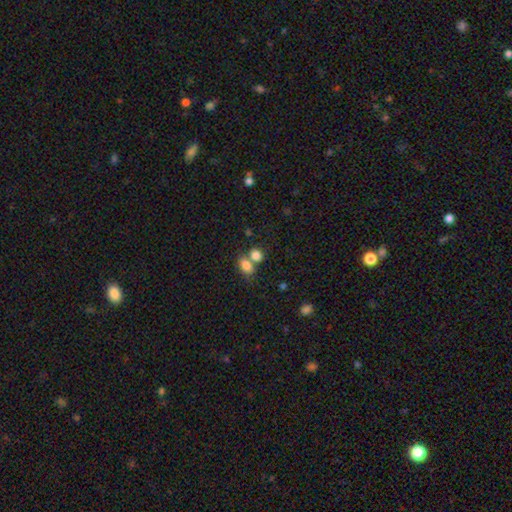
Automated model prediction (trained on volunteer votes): A smooth galaxy with no disk features (81%) that is in between round and cigar-shaped (63%).

Vote fractions:
- Smooth or featured? smooth: 81% / star or artifact: 11% / featured or disk: 9%
- How rounded? in between: 63% / round: 36% / cigar-shaped: 2%
- Merging? merger: 50% / none: 36% / minor disturbance: 9% / major disturbance: 4%